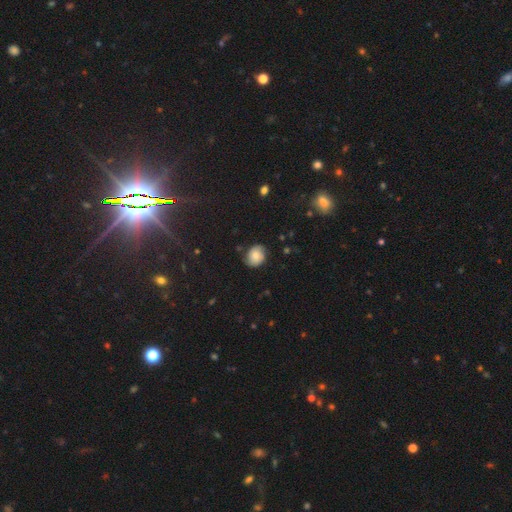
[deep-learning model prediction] Overall: smooth (63%; featured or disk 26%). How rounded: round (63%; in between 36%). Merging: none (76%).